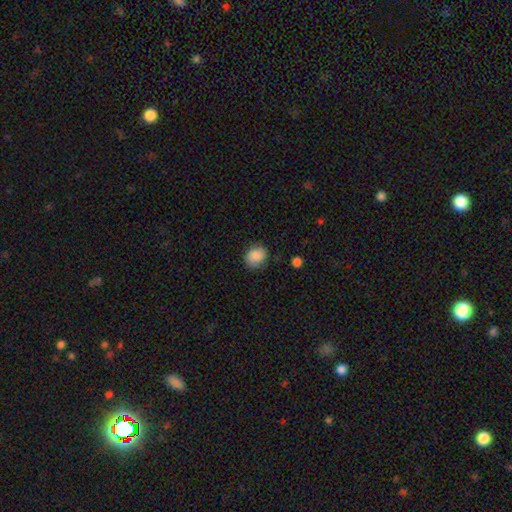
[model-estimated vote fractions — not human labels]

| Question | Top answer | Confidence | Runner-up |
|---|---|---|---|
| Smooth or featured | smooth | 88% | star or artifact (8%) |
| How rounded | round | 61% | in between (38%) |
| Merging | none | 79% | minor disturbance (15%) |